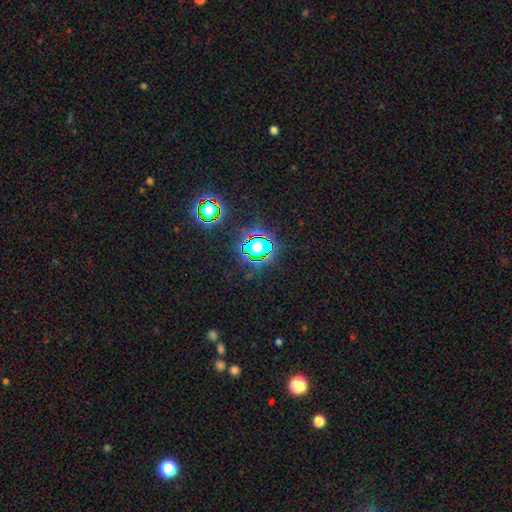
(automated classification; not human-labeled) Smooth or featured? star or artifact (71%)